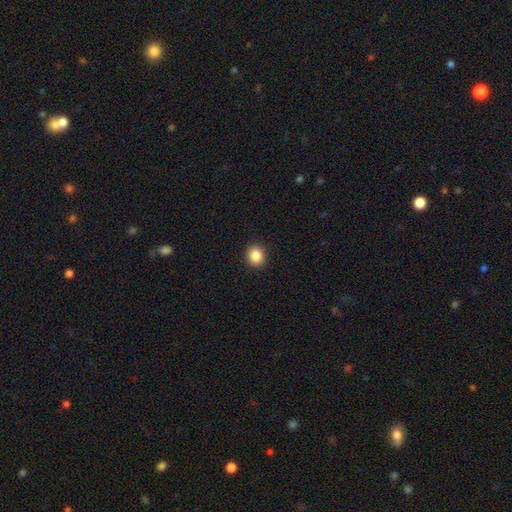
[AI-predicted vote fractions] Smooth or featured?
  - smooth: 86% *
  - star or artifact: 10%
  - featured or disk: 4%
How rounded?
  - round: 85% *
  - in between: 15%
  - cigar-shaped: 1%
Merging?
  - none: 92% *
  - minor disturbance: 5%
  - major disturbance: 2%
  - merger: 1%